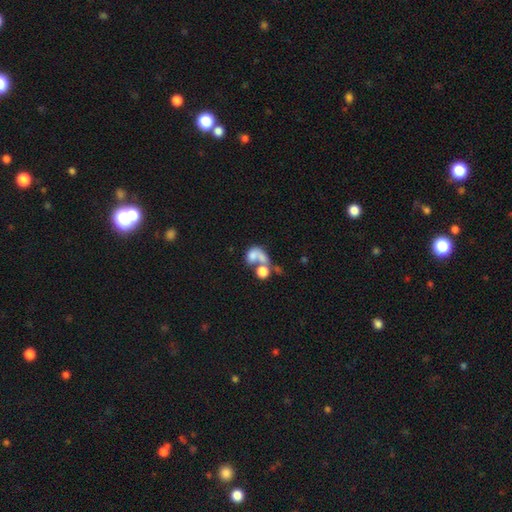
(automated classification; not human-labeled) Smooth or featured?
  - smooth: 62% *
  - featured or disk: 26%
  - star or artifact: 12%
How rounded?
  - in between: 57% *
  - round: 41%
  - cigar-shaped: 2%
Merging?
  - merger: 60% *
  - none: 16%
  - major disturbance: 16%
  - minor disturbance: 8%